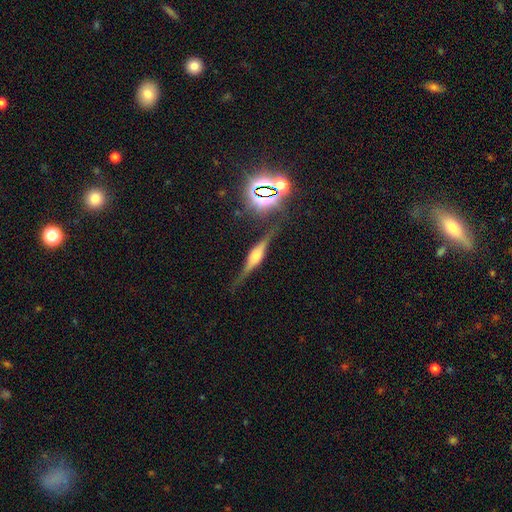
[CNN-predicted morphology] Smooth or featured: featured or disk — 75% (star or artifact — 12%)
Edge-on disk: yes — 96% (no — 4%)
Edge-on bulge: rounded — 78% (boxy — 19%)
Merging: none — 82% (minor disturbance — 12%)